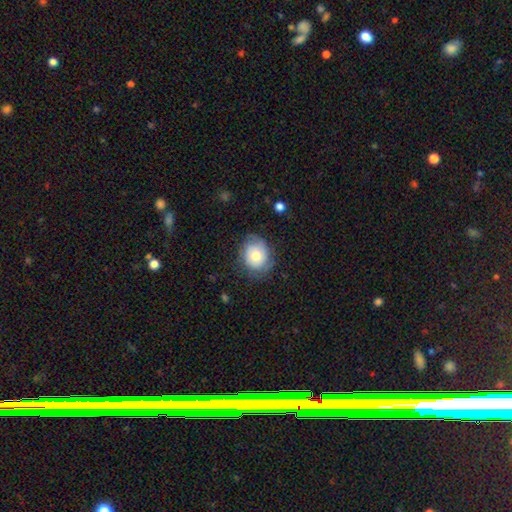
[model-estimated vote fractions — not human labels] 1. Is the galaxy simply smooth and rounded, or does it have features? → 61% smooth, 31% featured or disk, 8% star or artifact.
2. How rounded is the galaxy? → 62% round, 37% in between, 1% cigar-shaped.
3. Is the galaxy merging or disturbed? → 69% none, 22% minor disturbance, 8% major disturbance, 1% merger.